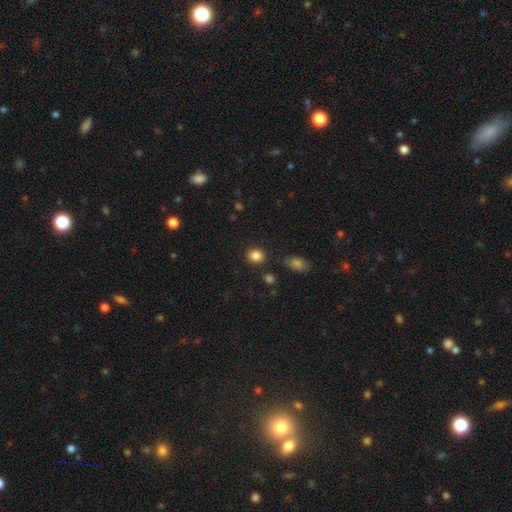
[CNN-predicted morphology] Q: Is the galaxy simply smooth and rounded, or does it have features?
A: smooth — 86%.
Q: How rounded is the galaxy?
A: round — 64%.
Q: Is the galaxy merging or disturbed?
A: none — 85%.